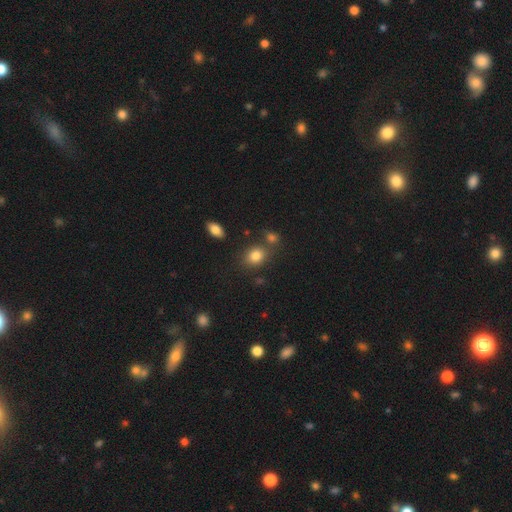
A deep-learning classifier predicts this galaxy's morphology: Smooth or featured: smooth — 82% (star or artifact — 11%)
How rounded: in between — 57% (round — 42%)
Merging: none — 70% (merger — 14%)